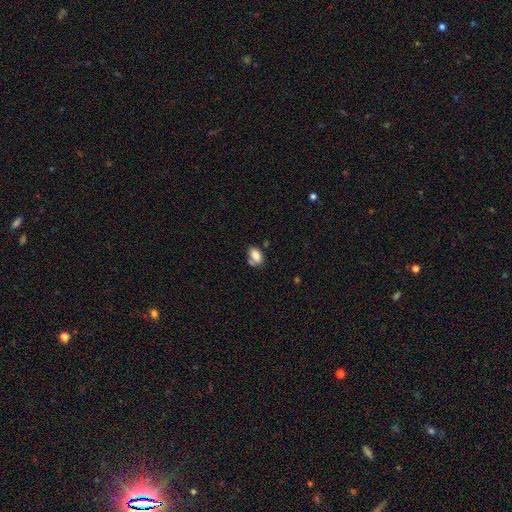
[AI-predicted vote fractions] Morphology: type=smooth (81%); roundness=in between (88%); merging=none (52%).